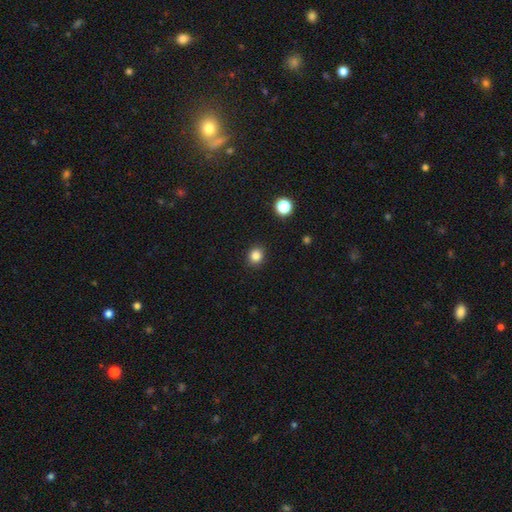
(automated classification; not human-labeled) smooth_or_featured: smooth (p=0.84) [alt: star or artifact p=0.12]
how_rounded: round (p=0.79) [alt: in between p=0.20]
merging: none (p=0.91) [alt: minor disturbance p=0.06]